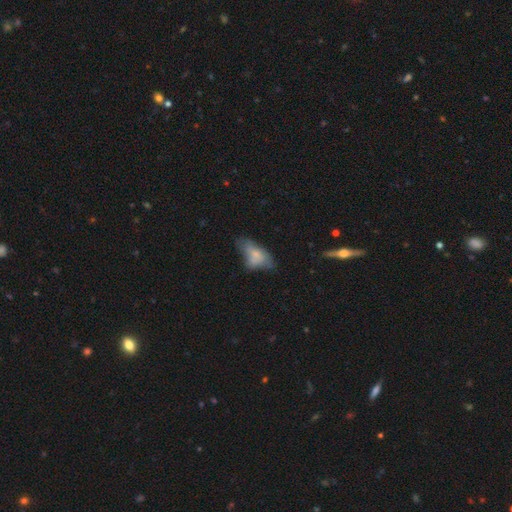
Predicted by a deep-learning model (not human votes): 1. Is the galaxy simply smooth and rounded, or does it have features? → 67% smooth, 24% featured or disk, 9% star or artifact.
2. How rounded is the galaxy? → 88% in between, 7% cigar-shaped, 5% round.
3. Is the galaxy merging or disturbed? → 32% minor disturbance, 31% none, 27% major disturbance, 10% merger.